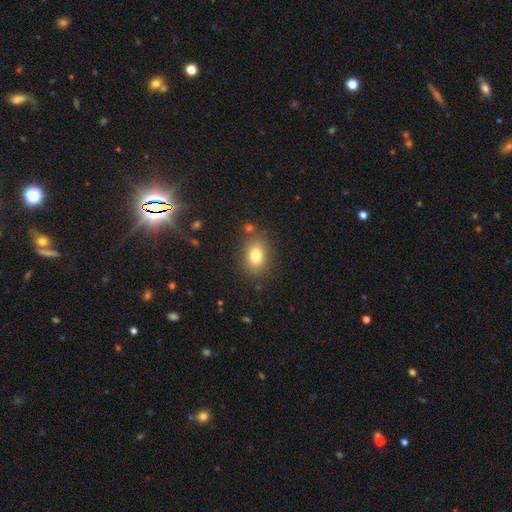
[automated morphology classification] smooth_or_featured: smooth (p=0.79) [alt: star or artifact p=0.11]
how_rounded: in between (p=0.71) [alt: round p=0.28]
merging: none (p=0.81) [alt: minor disturbance p=0.11]